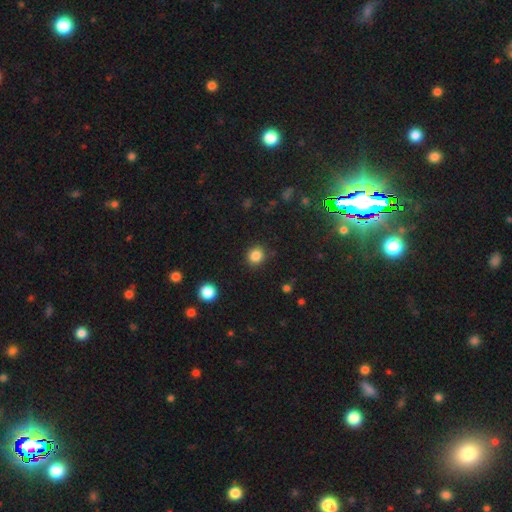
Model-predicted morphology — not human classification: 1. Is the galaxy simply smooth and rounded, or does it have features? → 85% smooth, 11% star or artifact, 4% featured or disk.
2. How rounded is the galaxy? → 83% round, 16% in between, 1% cigar-shaped.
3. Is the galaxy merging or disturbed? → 88% none, 8% minor disturbance, 3% major disturbance, 1% merger.